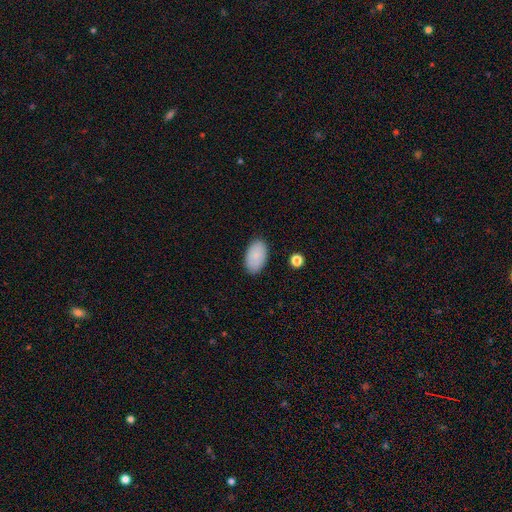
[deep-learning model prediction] Morphology: type=smooth (86%); roundness=in between (94%); merging=none (86%).